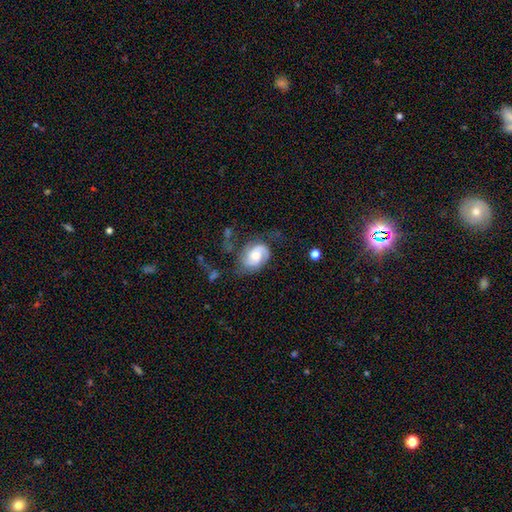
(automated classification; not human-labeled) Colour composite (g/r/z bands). It shows a featured or disk galaxy (73%) with no bar (56%), 2 (76%) medium (45%) spiral arms (93%) and a moderate central bulge (60%). Merging: none (52%).